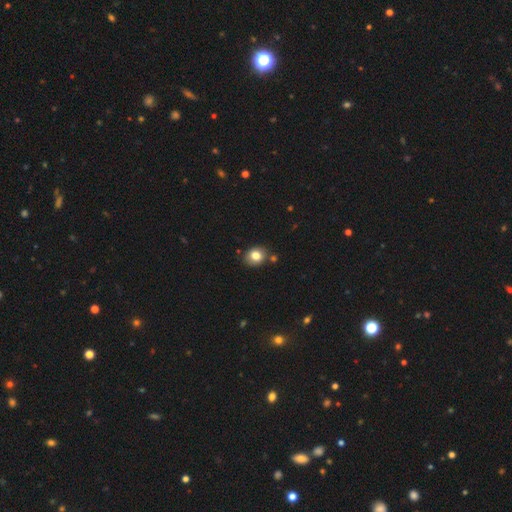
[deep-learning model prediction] Q: Smooth or featured?
A: smooth (80%); runner-up: star or artifact (10%)
Q: How rounded?
A: round (61%); runner-up: in between (38%)
Q: Merging?
A: none (79%); runner-up: minor disturbance (11%)